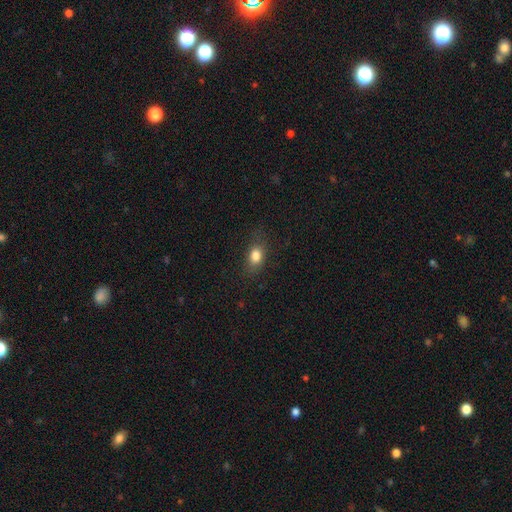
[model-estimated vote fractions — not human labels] Overall: smooth (81%). How rounded: in between (66%; round 31%). Merging: none (78%).